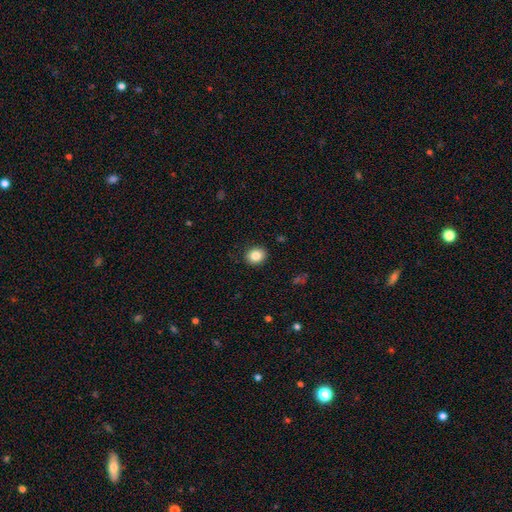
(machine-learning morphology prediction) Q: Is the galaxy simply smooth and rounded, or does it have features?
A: smooth — 84%.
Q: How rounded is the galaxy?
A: round — 67%.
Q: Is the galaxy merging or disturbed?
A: none — 90%.